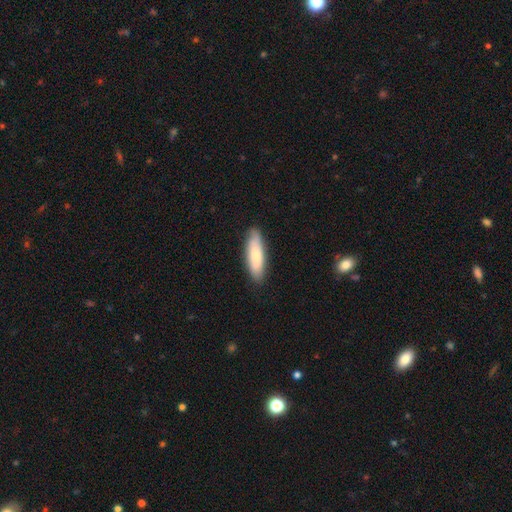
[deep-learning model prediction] Smooth or featured?
  - smooth: 74% *
  - featured or disk: 21%
  - star or artifact: 6%
How rounded?
  - cigar-shaped: 57% *
  - in between: 42%
  - round: 2%
Merging?
  - none: 84% *
  - minor disturbance: 12%
  - major disturbance: 2%
  - merger: 1%